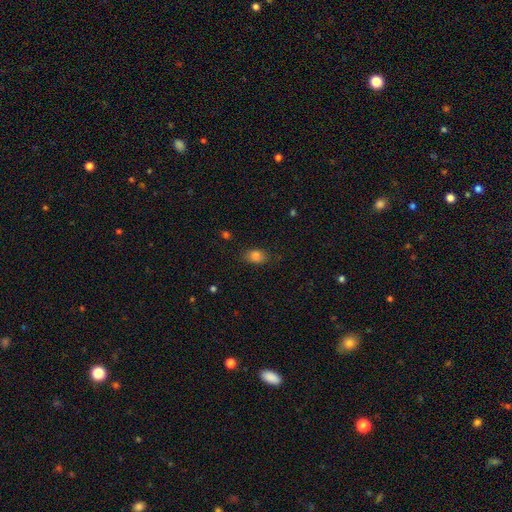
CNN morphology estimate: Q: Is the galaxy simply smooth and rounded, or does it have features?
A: smooth — 83%.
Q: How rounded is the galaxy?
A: in between — 80%.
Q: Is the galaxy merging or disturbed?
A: none — 80%.